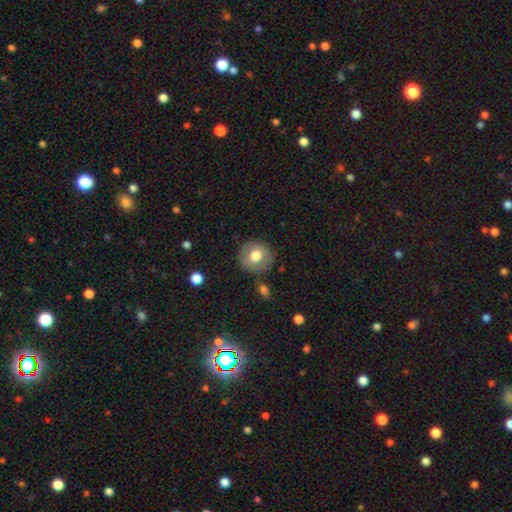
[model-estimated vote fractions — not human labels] This is likely a smooth galaxy (70%). How rounded: clearly round (88%). Merging: clearly none (84%).